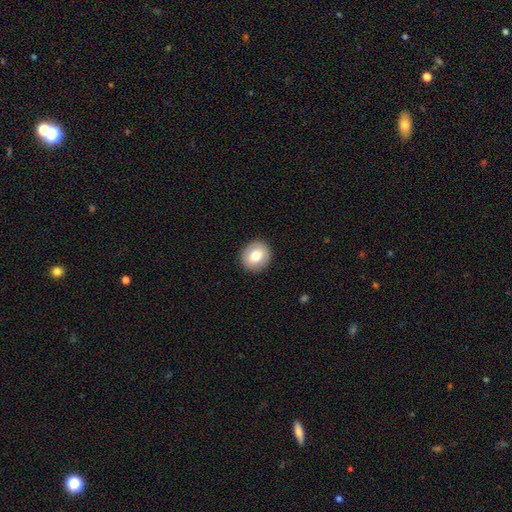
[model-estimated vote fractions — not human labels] Smooth or featured? Predicted: smooth (p=0.76). How rounded? Predicted: round (p=0.85). Merging? Predicted: none (p=0.91).